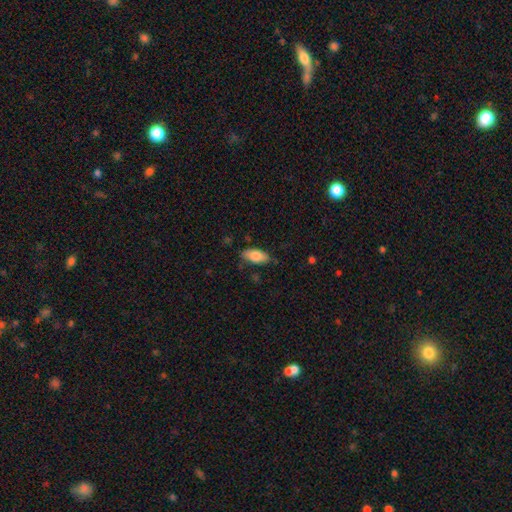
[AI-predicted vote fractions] The model was most divided on "merging": none: 78%, minor disturbance: 17%, major disturbance: 3%, merger: 2%. More confident: how rounded — in between (88%); smooth or featured — smooth (80%).